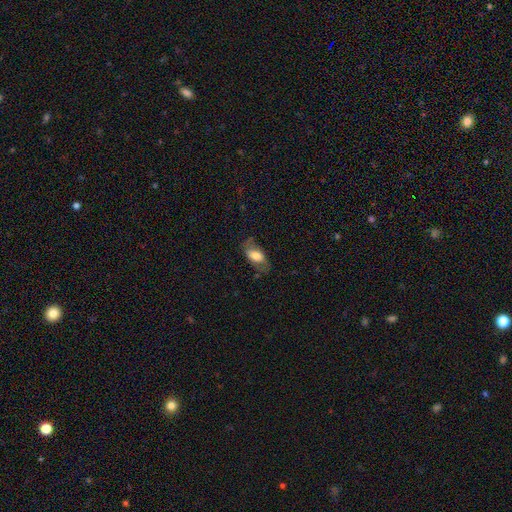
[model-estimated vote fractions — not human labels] Smooth or featured: smooth — 61% (featured or disk — 32%)
How rounded: in between — 89% (cigar-shaped — 6%)
Merging: none — 62% (minor disturbance — 24%)